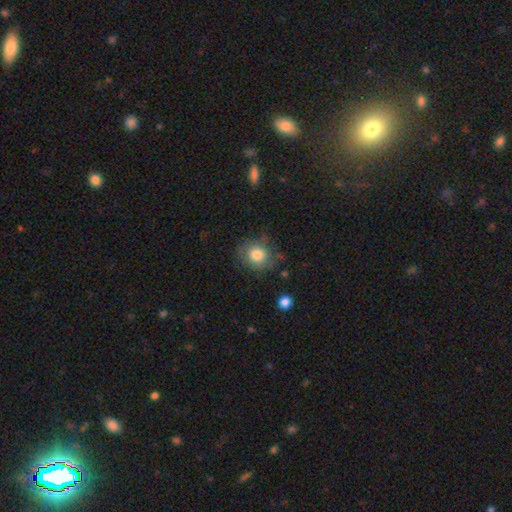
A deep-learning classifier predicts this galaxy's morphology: smooth_or_featured: smooth (p=0.80) [alt: featured or disk p=0.11]
how_rounded: round (p=0.74) [alt: in between p=0.25]
merging: none (p=0.75) [alt: minor disturbance p=0.17]